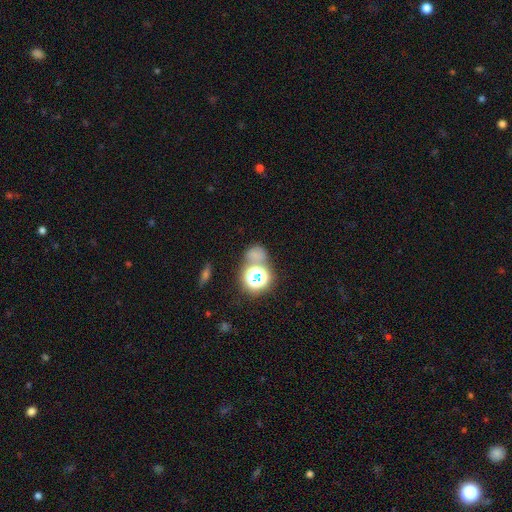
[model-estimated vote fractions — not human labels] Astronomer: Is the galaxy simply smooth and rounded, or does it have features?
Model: smooth — 50% (runner-up: star or artifact, 40%).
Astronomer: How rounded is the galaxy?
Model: round — 68%.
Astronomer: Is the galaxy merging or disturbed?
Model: none — 55%.